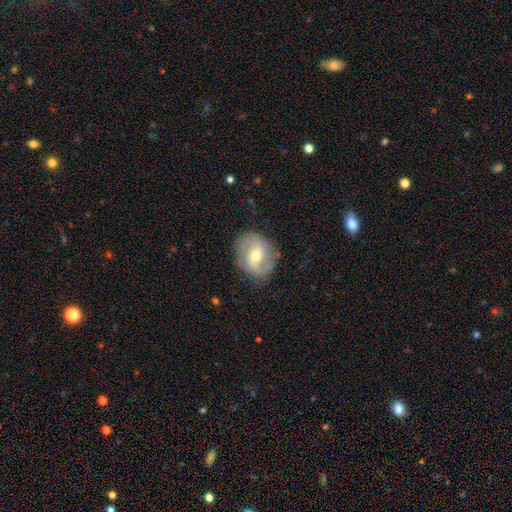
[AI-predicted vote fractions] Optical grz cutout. It shows a featured or disk galaxy (76%) with a weak bar (47%), 2 (81%) medium (43%) spiral arms (89%) and a moderate central bulge (62%). Merging: none (78%).